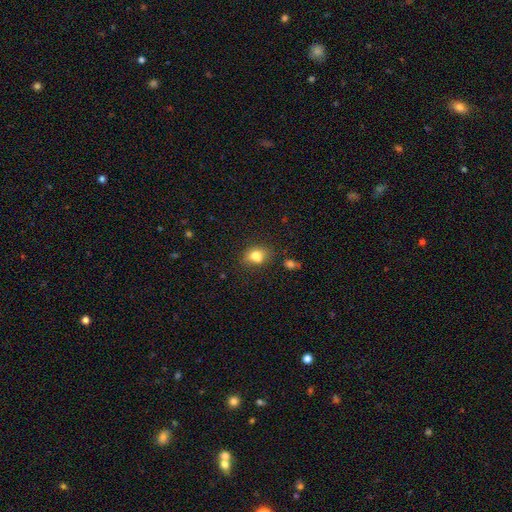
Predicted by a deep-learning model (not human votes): smooth-or-featured: smooth: 80% | star or artifact: 11% | featured or disk: 9%
  how-rounded: in between: 56% | round: 43% | cigar-shaped: 1%
  merging: none: 72% | minor disturbance: 18% | merger: 6% | major disturbance: 4%